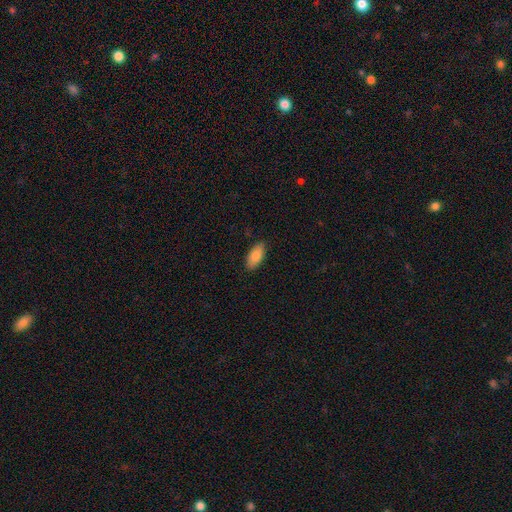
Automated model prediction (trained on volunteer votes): This appears to be a smooth galaxy with no disk features (85%) that is in between round and cigar-shaped (90%). Merging: none (86%).